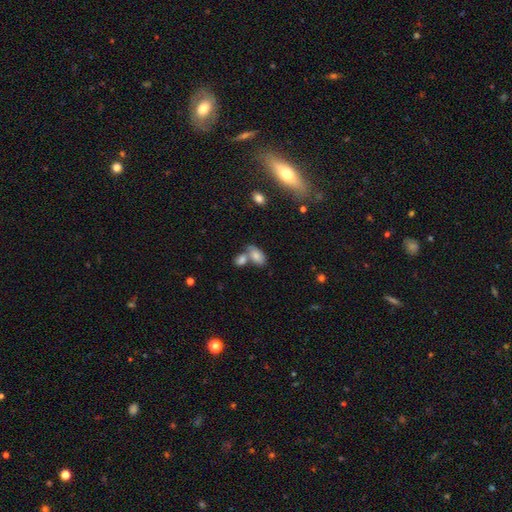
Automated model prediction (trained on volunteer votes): Q: Smooth or featured?
A: smooth (72%); runner-up: featured or disk (18%)
Q: How rounded?
A: in between (91%); runner-up: round (7%)
Q: Merging?
A: merger (47%); runner-up: none (34%)